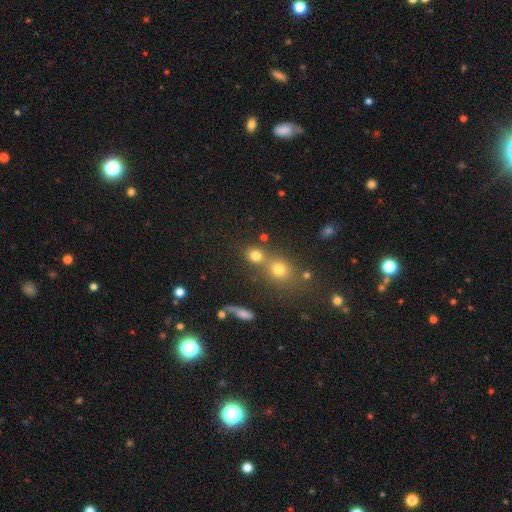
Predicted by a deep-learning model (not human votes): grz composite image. It shows a smooth galaxy with no disk features (75%) that is round (77%). Merging: none (52%).